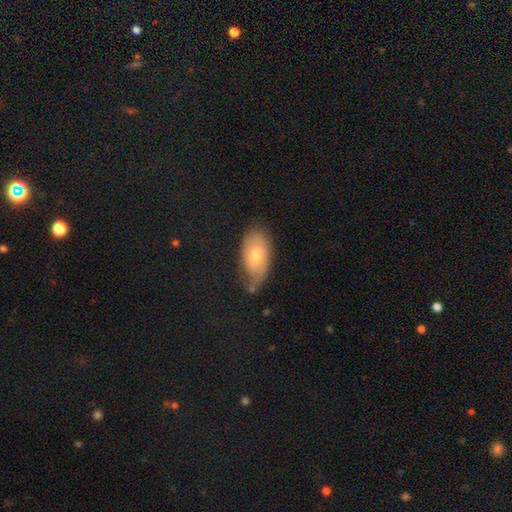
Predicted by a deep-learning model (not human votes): A smooth galaxy with no disk features (55%) that is in between round and cigar-shaped (92%).

Vote fractions:
- Smooth or featured? smooth: 55% / featured or disk: 37% / star or artifact: 8%
- How rounded? in between: 92% / round: 5% / cigar-shaped: 3%
- Merging? none: 53% / minor disturbance: 31% / major disturbance: 11% / merger: 5%